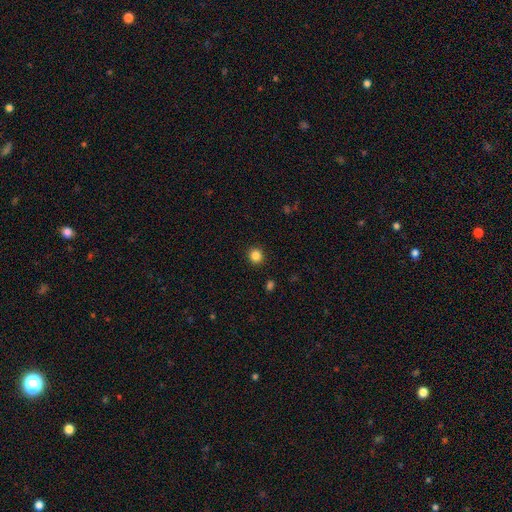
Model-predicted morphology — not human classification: Smooth or featured?
  - smooth: 84% *
  - star or artifact: 12%
  - featured or disk: 4%
How rounded?
  - round: 92% *
  - in between: 7%
  - cigar-shaped: 1%
Merging?
  - none: 92% *
  - minor disturbance: 5%
  - major disturbance: 2%
  - merger: 1%